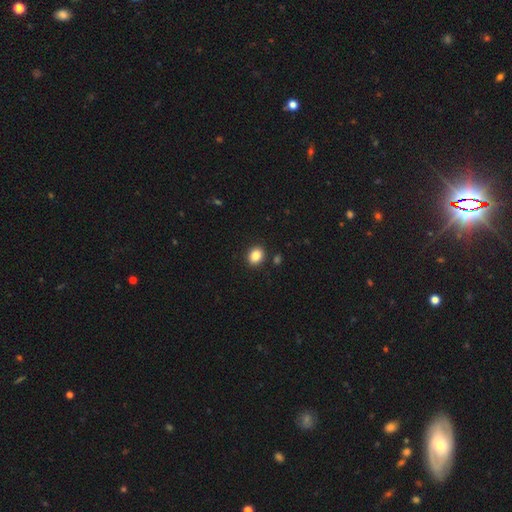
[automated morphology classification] Overall: smooth (85%). How rounded: round (56%; in between 43%). Merging: none (89%).